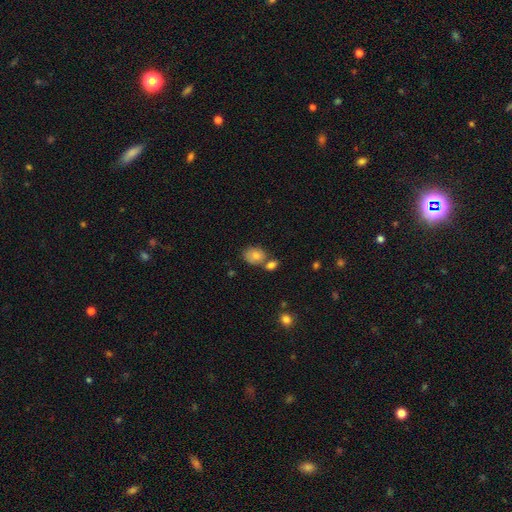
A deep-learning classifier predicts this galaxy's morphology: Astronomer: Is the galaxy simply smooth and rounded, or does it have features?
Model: smooth — 76%.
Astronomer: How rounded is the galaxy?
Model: in between — 53% (runner-up: round, 46%).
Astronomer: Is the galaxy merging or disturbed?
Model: none — 54% (runner-up: merger, 29%).